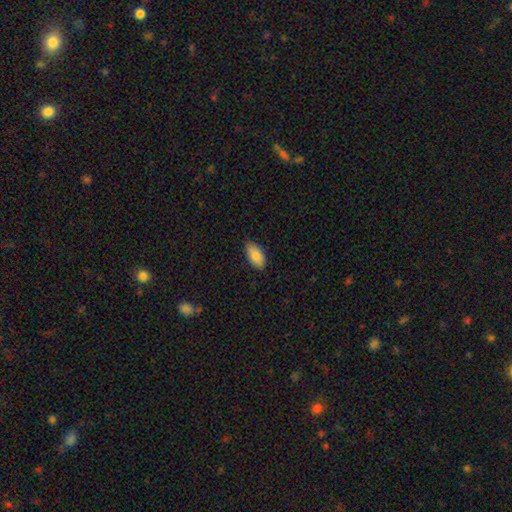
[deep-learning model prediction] A smooth galaxy with no disk features (86%) that is in between round and cigar-shaped (94%). Merging: none (82%).